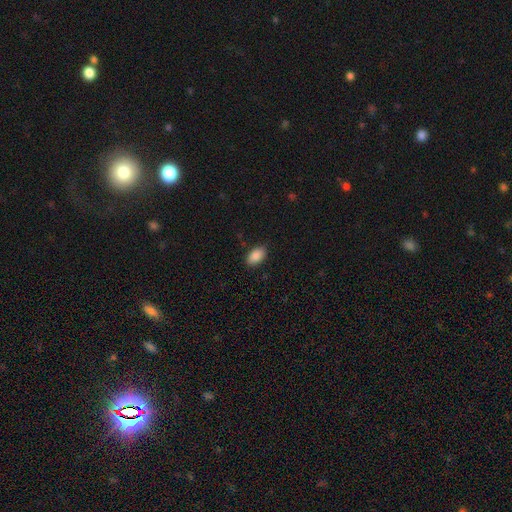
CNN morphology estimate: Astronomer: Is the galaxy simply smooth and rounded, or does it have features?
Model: smooth — 88%.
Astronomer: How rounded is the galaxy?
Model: in between — 92%.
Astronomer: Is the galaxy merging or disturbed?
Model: none — 87%.